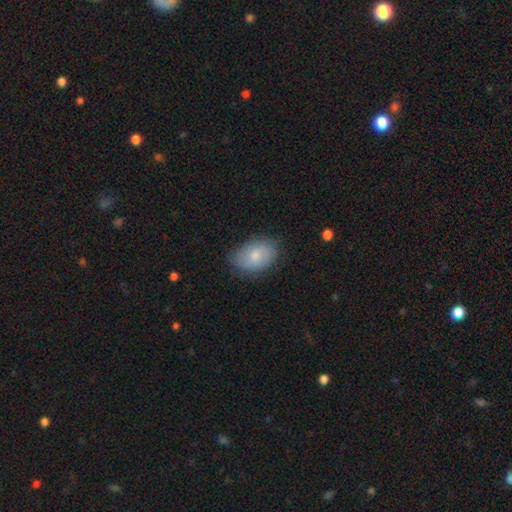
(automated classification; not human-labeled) smooth_or_featured: smooth (p=0.74) [alt: featured or disk p=0.19]
how_rounded: in between (p=0.85) [alt: round p=0.14]
merging: none (p=0.77) [alt: minor disturbance p=0.18]